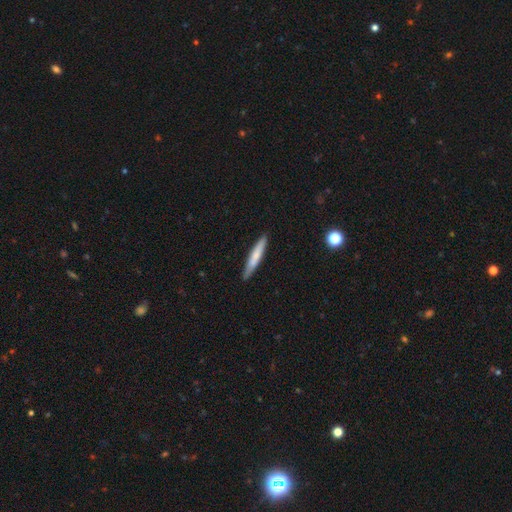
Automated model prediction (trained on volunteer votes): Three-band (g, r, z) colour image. It shows a smooth galaxy with no disk features (67%) that is cigar-shaped (94%). Merging: none (88%).